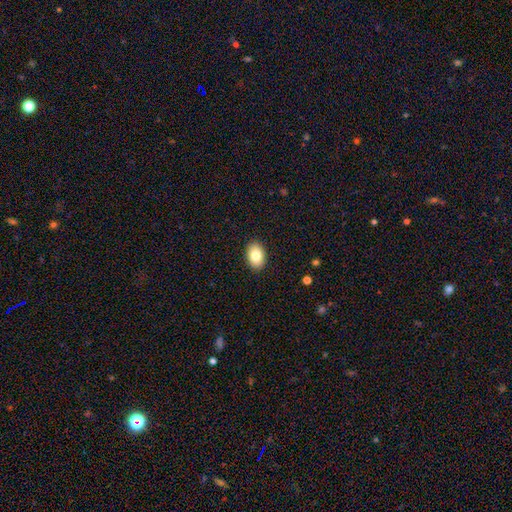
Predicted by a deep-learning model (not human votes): A smooth galaxy with no disk features (82%) that is in between round and cigar-shaped (86%).

Vote fractions:
- Smooth or featured? smooth: 82% / featured or disk: 10% / star or artifact: 8%
- How rounded? in between: 86% / round: 13% / cigar-shaped: 1%
- Merging? none: 90% / minor disturbance: 7% / major disturbance: 2% / merger: 1%